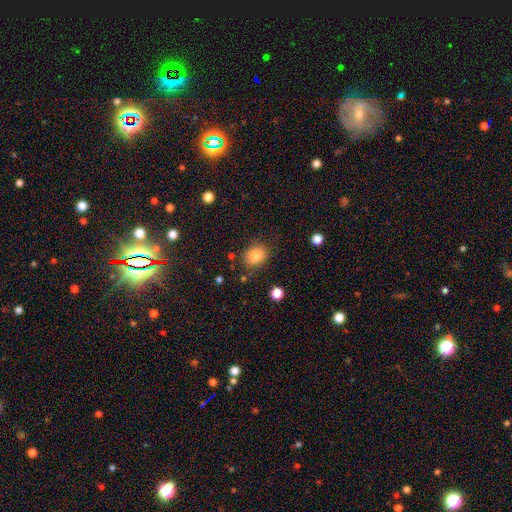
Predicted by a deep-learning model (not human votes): Smooth or featured?
  - smooth: 83% *
  - star or artifact: 10%
  - featured or disk: 7%
How rounded?
  - round: 53% *
  - in between: 46%
  - cigar-shaped: 1%
Merging?
  - none: 81% *
  - minor disturbance: 12%
  - major disturbance: 4%
  - merger: 3%